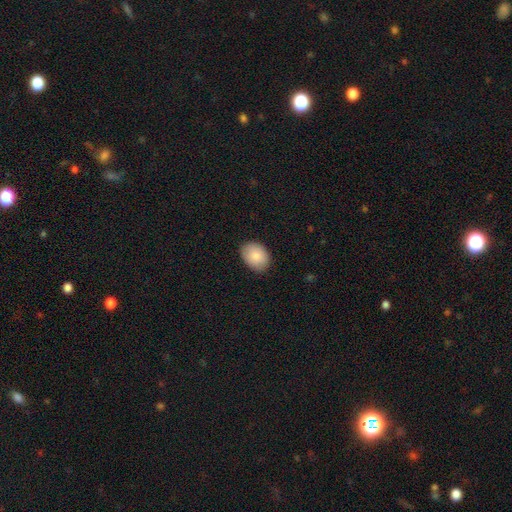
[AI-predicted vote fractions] This is clearly a smooth galaxy (86%). How rounded: likely in between (73%). Merging: clearly none (85%).